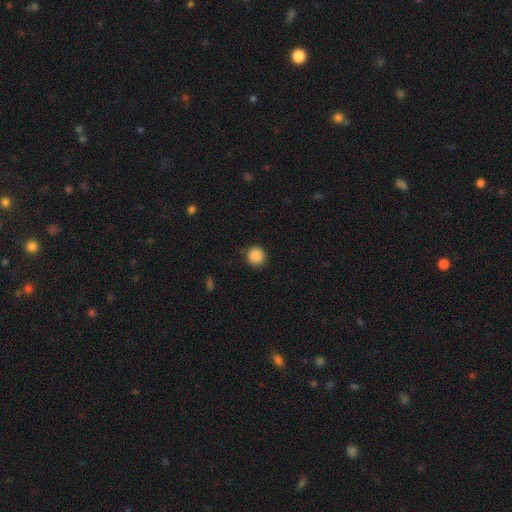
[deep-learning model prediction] The model was most divided on "merging": none: 87%, minor disturbance: 9%, major disturbance: 3%, merger: 1%. More confident: how rounded — round (94%); smooth or featured — smooth (88%).